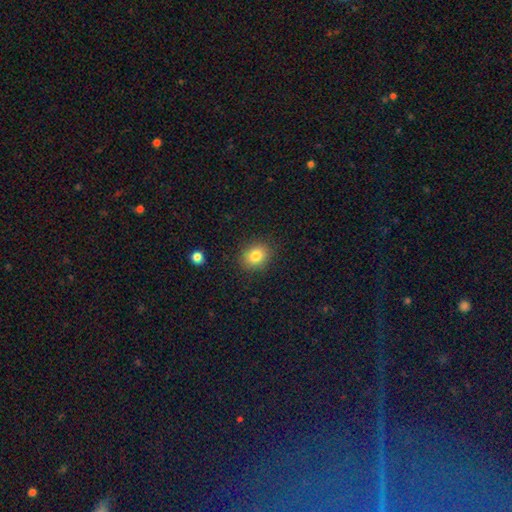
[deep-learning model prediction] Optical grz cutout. It shows a smooth galaxy with no disk features (82%) that is round (56%). Merging: none (88%).